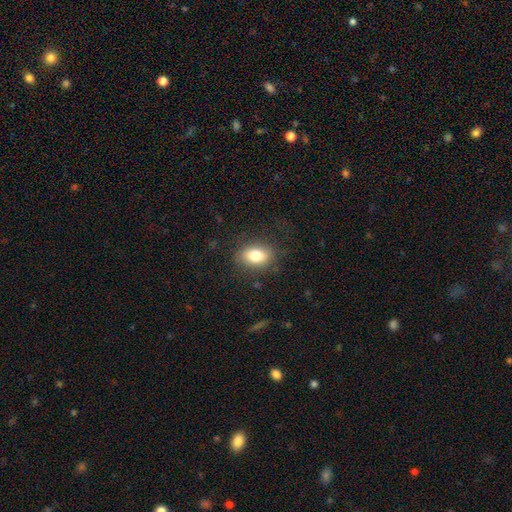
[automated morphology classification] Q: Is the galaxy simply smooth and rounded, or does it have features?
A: smooth — 80%.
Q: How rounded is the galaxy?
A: in between — 80%.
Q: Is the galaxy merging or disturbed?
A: none — 83%.